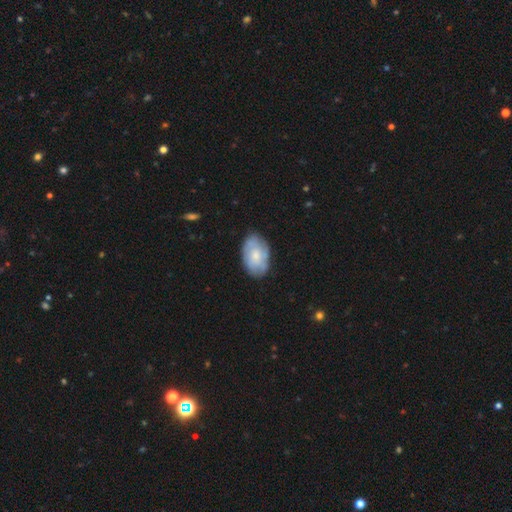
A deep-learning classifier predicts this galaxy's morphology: smooth 58%, featured or disk 37%, star or artifact 6%. Down the decision tree: how rounded — in between (90%); merging — none (75%).